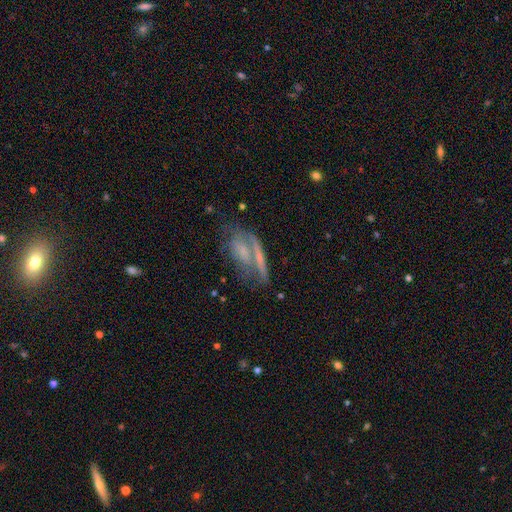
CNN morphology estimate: smooth-or-featured: featured or disk: 51% | smooth: 38% | star or artifact: 12%
  disk-edge-on: no: 70% | yes: 30%
  merging: none: 36% | merger: 32% | minor disturbance: 16% | major disturbance: 16%